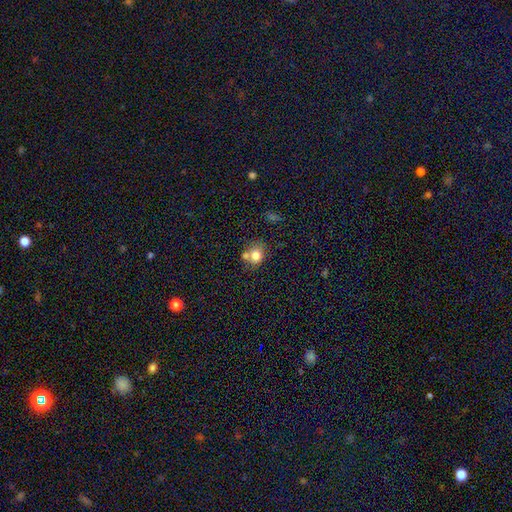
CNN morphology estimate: smooth_or_featured: smooth (p=0.77) [alt: featured or disk p=0.12]
how_rounded: round (p=0.66) [alt: in between p=0.33]
merging: none (p=0.47) [alt: merger p=0.34]